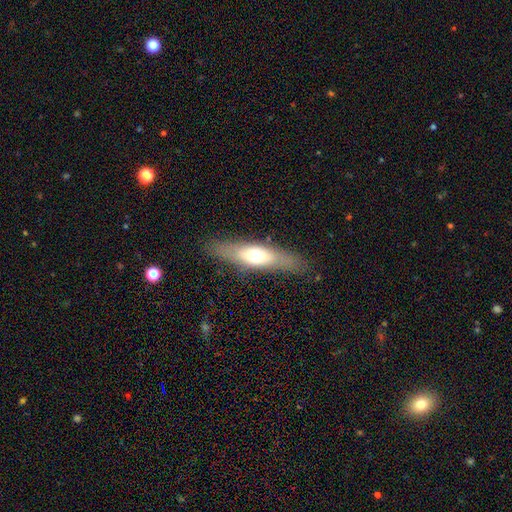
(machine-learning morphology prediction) type=smooth (52%); roundness=cigar-shaped (61%); merging=none (85%).